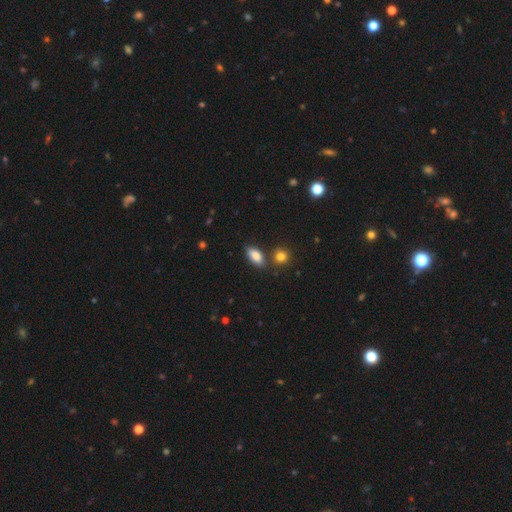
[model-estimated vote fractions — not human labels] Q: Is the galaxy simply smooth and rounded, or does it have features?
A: smooth — 84%.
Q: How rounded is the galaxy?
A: in between — 88%.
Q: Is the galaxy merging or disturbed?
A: none — 76%.